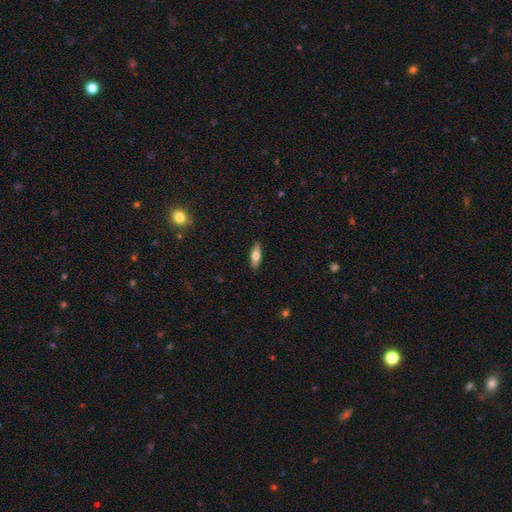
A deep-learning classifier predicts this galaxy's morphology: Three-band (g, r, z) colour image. It shows a smooth galaxy with no disk features (69%) that is in between round and cigar-shaped (54%). Merging: none (89%).